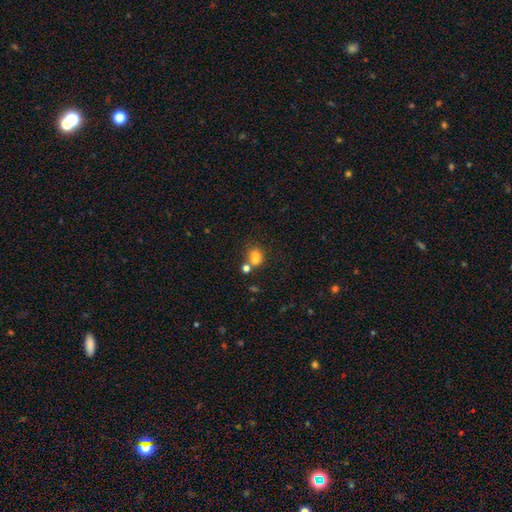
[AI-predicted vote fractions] A smooth galaxy with no disk features (72%) that is round (52%). Merging: merger (46%).